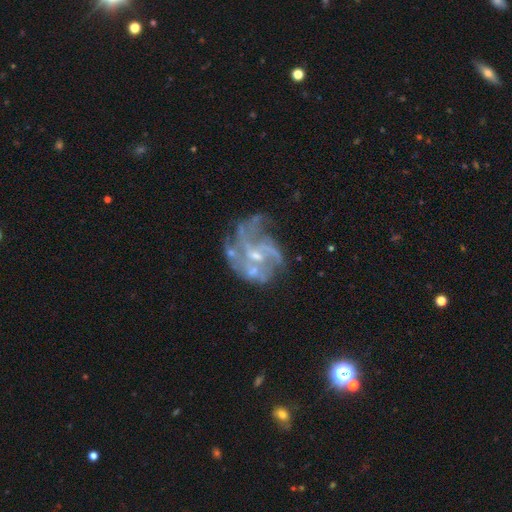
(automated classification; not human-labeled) featured or disk 82%, star or artifact 9%, smooth 9%. Down the decision tree: edge-on disk — no (98%); bar — no (56%); spiral arms — yes (79%); spiral arm count — can't tell (29%); spiral winding — medium (43%); bulge size — small (56%); merging — none (38%).